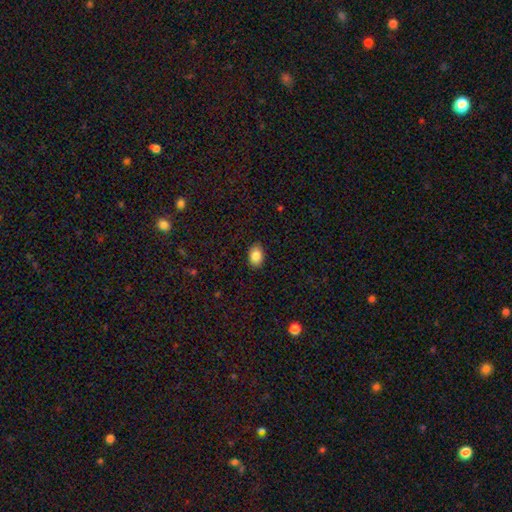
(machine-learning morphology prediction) smooth_or_featured: smooth (p=0.87) [alt: star or artifact p=0.08]
how_rounded: in between (p=0.84) [alt: round p=0.15]
merging: none (p=0.89) [alt: minor disturbance p=0.08]